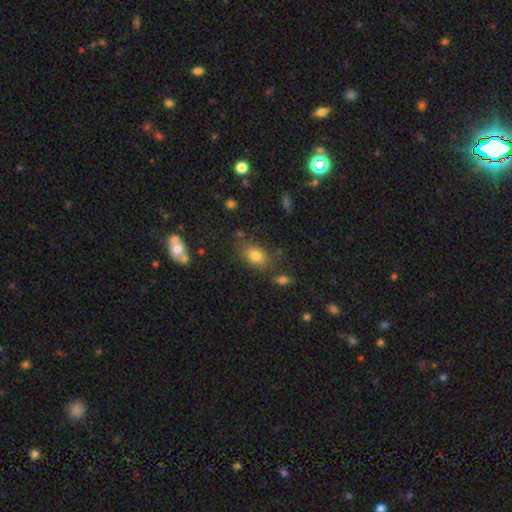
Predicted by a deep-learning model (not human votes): Smooth or featured: smooth — 79% (star or artifact — 11%)
How rounded: in between — 80% (round — 18%)
Merging: none — 72% (minor disturbance — 16%)